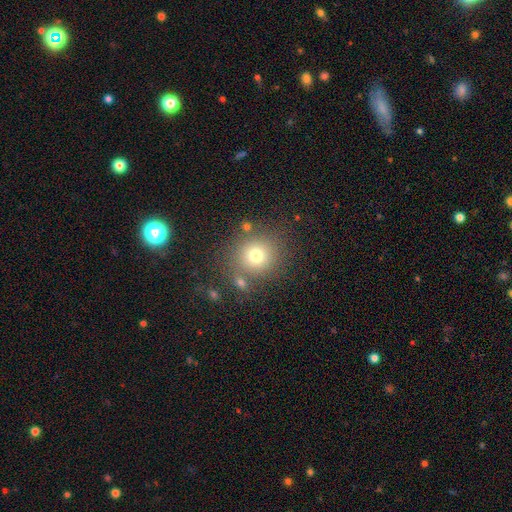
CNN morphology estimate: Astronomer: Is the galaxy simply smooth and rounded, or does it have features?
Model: smooth — 74%.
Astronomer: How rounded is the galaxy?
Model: round — 90%.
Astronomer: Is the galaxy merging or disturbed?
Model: none — 76%.